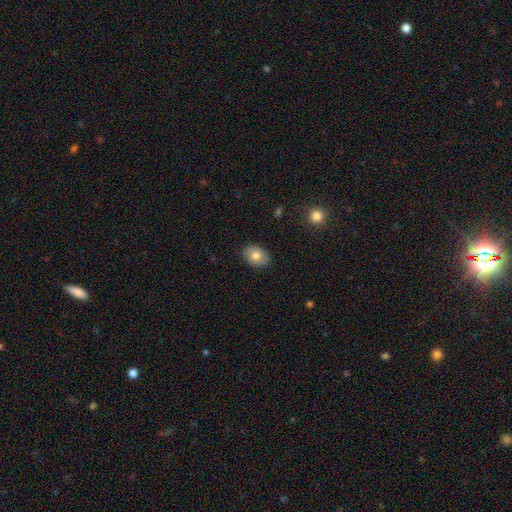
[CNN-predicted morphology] smooth_or_featured: smooth (p=0.76) [alt: featured or disk p=0.16]
how_rounded: in between (p=0.79) [alt: round p=0.20]
merging: none (p=0.87) [alt: minor disturbance p=0.10]